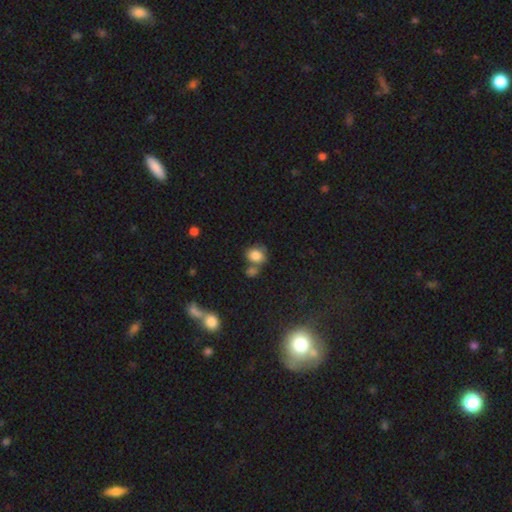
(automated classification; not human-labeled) Morphology: type=smooth (81%); roundness=round (64%); merging=none (48%).